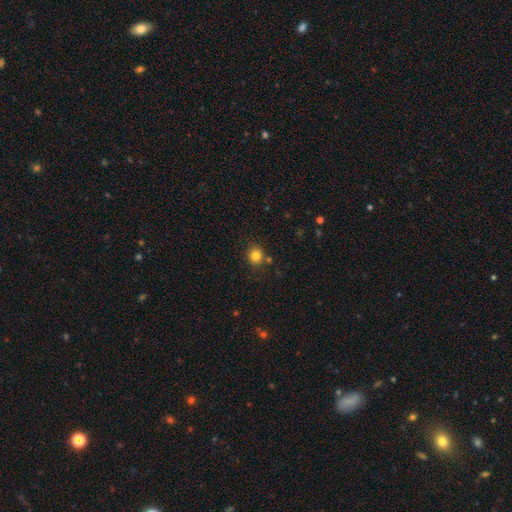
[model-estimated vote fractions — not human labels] Smooth or featured?
  - smooth: 83% *
  - star or artifact: 12%
  - featured or disk: 6%
How rounded?
  - round: 79% *
  - in between: 20%
  - cigar-shaped: 1%
Merging?
  - none: 79% *
  - minor disturbance: 11%
  - merger: 7%
  - major disturbance: 3%